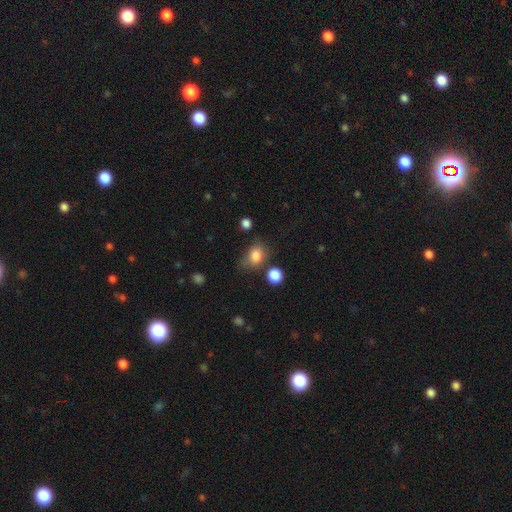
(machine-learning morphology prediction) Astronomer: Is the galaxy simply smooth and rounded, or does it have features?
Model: smooth — 82%.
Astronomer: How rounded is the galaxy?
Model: in between — 65%.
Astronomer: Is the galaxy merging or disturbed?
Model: none — 60%.